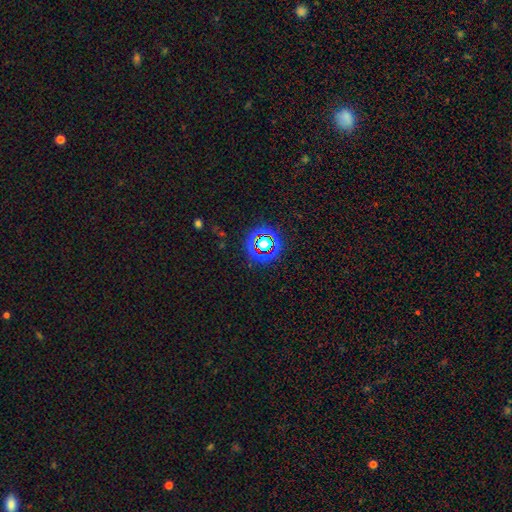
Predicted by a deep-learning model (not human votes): Q: Smooth or featured?
A: star or artifact (72%); runner-up: smooth (18%)